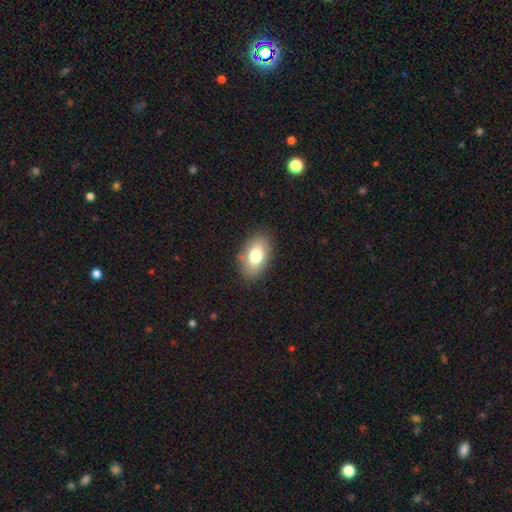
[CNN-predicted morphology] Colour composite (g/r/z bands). It shows a smooth galaxy with no disk features (73%) that is in between round and cigar-shaped (89%). Merging: none (84%).